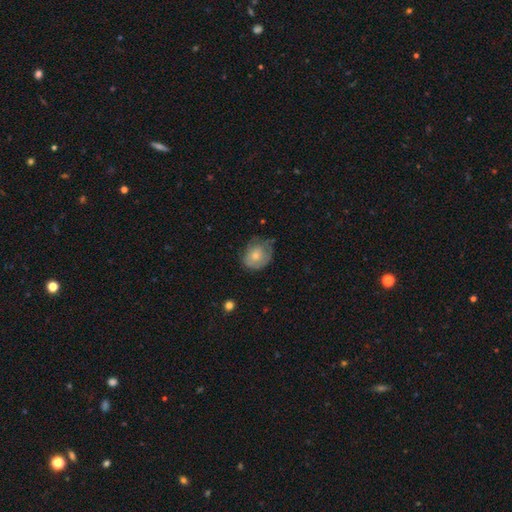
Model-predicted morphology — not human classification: A smooth galaxy with no disk features (60%) that is round (55%).

Vote fractions:
- Smooth or featured? smooth: 60% / featured or disk: 33% / star or artifact: 7%
- How rounded? round: 55% / in between: 44% / cigar-shaped: 1%
- Merging? none: 50% / minor disturbance: 33% / major disturbance: 15% / merger: 2%